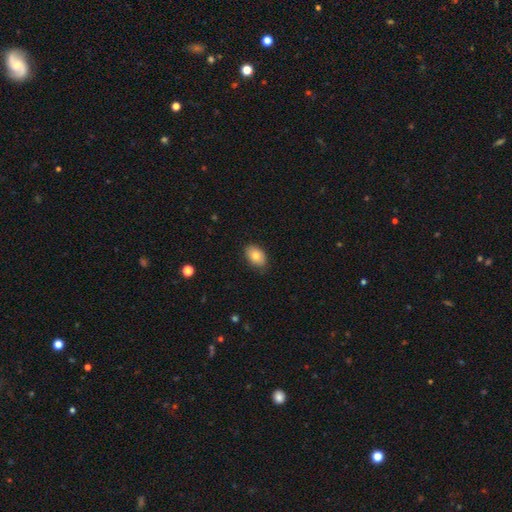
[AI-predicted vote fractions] This appears to be a smooth galaxy with no disk features (80%) that is in between round and cigar-shaped (86%). Merging: none (82%).